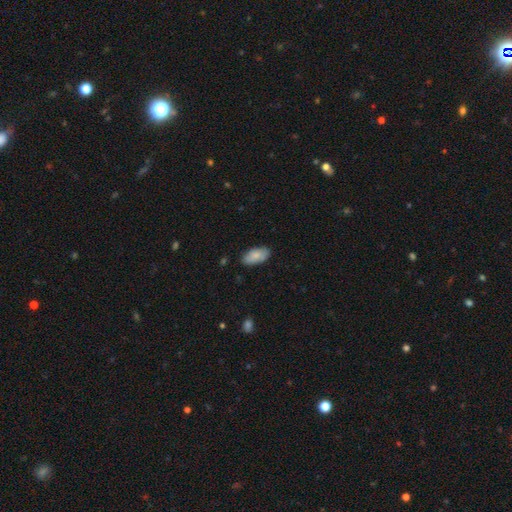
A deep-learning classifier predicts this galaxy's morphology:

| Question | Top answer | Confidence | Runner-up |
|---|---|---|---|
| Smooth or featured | smooth | 83% | featured or disk (11%) |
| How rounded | in between | 93% | cigar-shaped (5%) |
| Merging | none | 82% | minor disturbance (15%) |